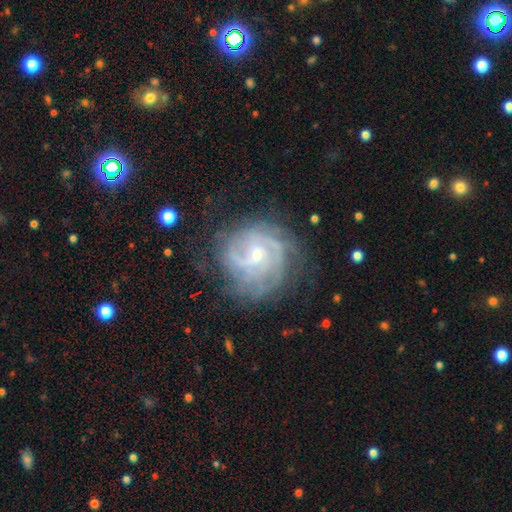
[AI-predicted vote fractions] smooth-or-featured: featured or disk: 84% | smooth: 9% | star or artifact: 7%
  disk-edge-on: no: 98% | yes: 2%
    bar: no: 54% | weak: 39% | strong: 7%
    has-spiral-arms: yes: 95% | no: 5%
      spiral-winding: tight: 59% | medium: 33% | loose: 8%
      spiral-arm-count: can't tell: 32% | 2: 23% | 3: 21% | 4: 12% | more than 4: 6% | 1: 6%
    bulge-size: small: 72% | moderate: 23% | none: 3% | large: 1% | dominant: 1%
  merging: none: 69% | minor disturbance: 19% | major disturbance: 10% | merger: 2%